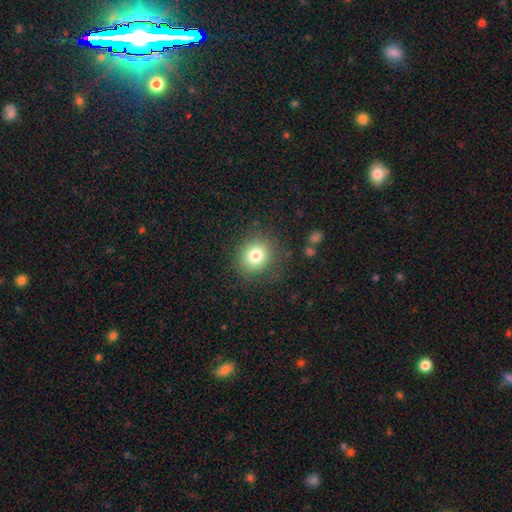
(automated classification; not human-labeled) smooth_or_featured: smooth (p=0.79) [alt: star or artifact p=0.12]
how_rounded: round (p=0.78) [alt: in between p=0.21]
merging: none (p=0.84) [alt: minor disturbance p=0.10]